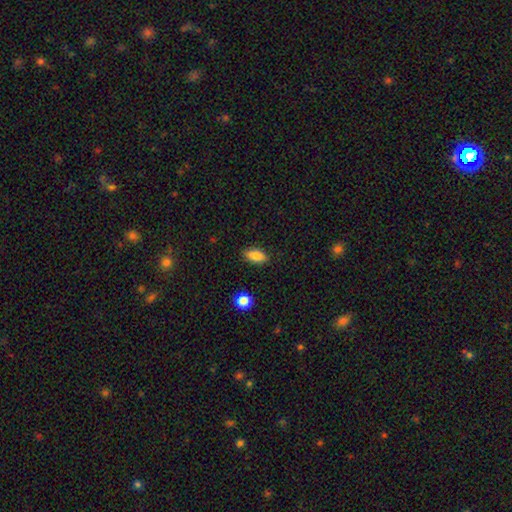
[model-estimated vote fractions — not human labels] This appears to be a smooth galaxy with no disk features (83%) that is in between round and cigar-shaped (84%). Merging: none (86%).